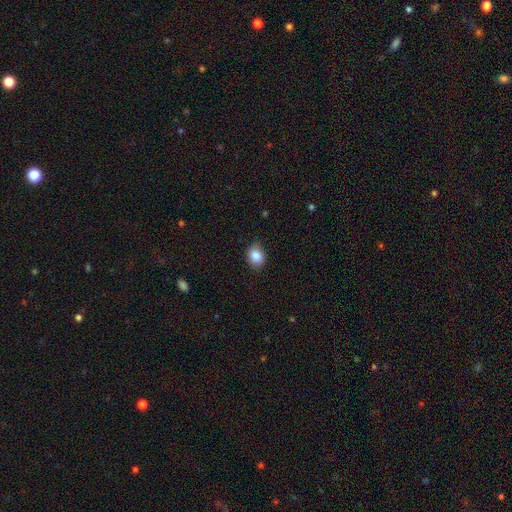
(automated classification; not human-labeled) smooth-or-featured: smooth: 87% | star or artifact: 9% | featured or disk: 4%
  how-rounded: in between: 51% | round: 48% | cigar-shaped: 1%
  merging: none: 77% | minor disturbance: 19% | major disturbance: 3% | merger: 1%